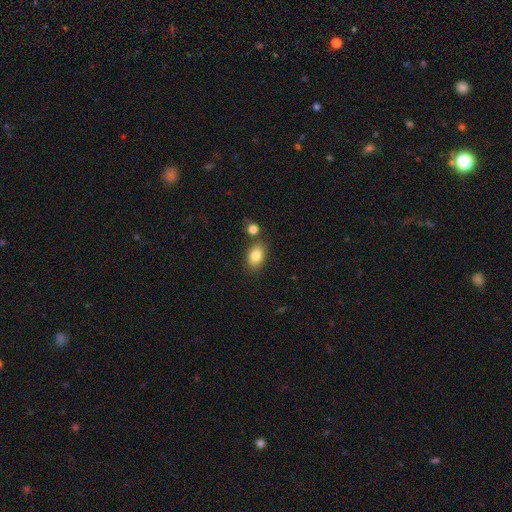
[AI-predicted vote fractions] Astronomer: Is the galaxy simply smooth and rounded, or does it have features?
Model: smooth — 83%.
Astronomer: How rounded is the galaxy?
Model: in between — 81%.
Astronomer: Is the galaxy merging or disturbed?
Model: none — 74%.